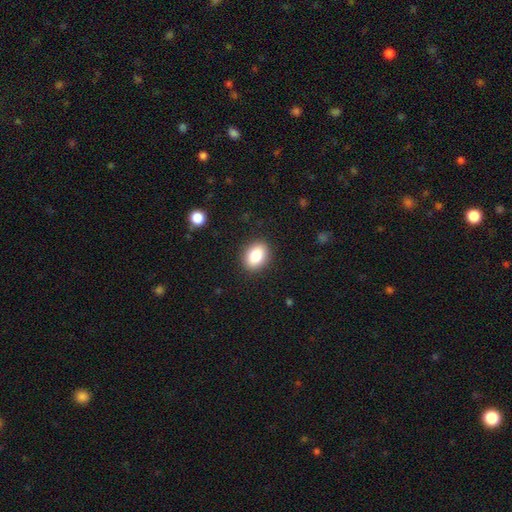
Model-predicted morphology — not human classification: smooth_or_featured: smooth (p=0.84) [alt: star or artifact p=0.09]
how_rounded: in between (p=0.69) [alt: round p=0.30]
merging: none (p=0.89) [alt: minor disturbance p=0.07]